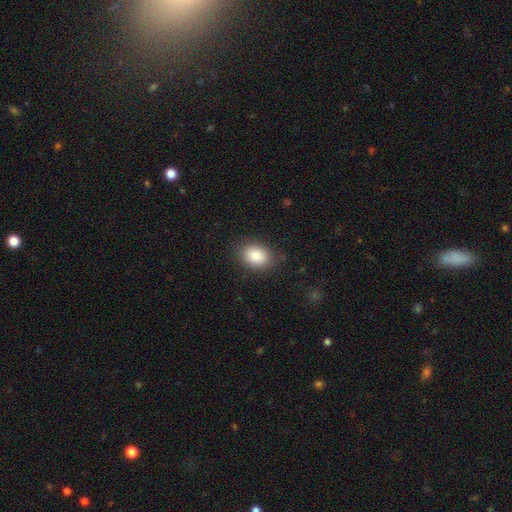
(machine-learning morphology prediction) The model was most divided on "how rounded": in between: 74%, round: 25%, cigar-shaped: 1%. More confident: merging — none (86%); smooth or featured — smooth (86%).